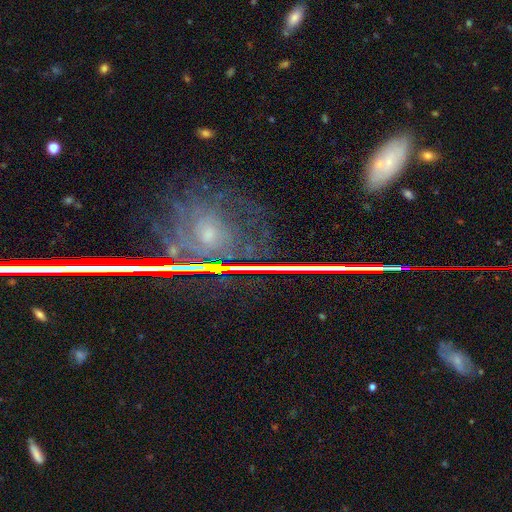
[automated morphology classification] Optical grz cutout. It shows a featured or disk galaxy (45%). Merging: none (73%).